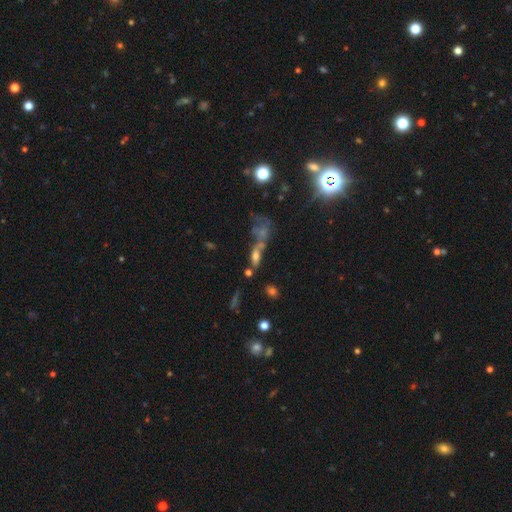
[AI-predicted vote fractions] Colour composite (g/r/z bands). It shows a smooth galaxy with no disk features (49%). Merging: merger (42%).